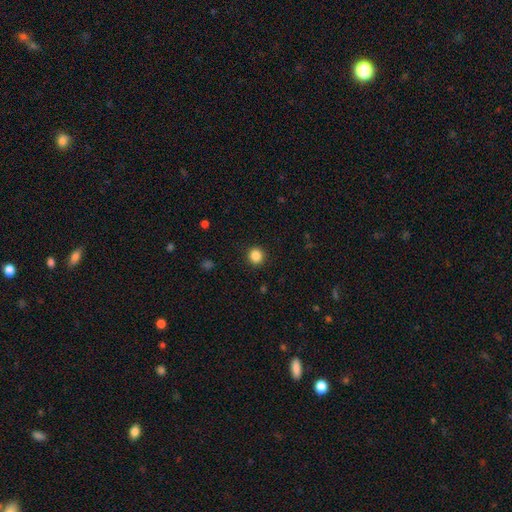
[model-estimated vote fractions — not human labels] A smooth galaxy with no disk features (86%) that is round (90%).

Vote fractions:
- Smooth or featured? smooth: 86% / star or artifact: 11% / featured or disk: 3%
- How rounded? round: 90% / in between: 9% / cigar-shaped: 1%
- Merging? none: 91% / minor disturbance: 6% / major disturbance: 2% / merger: 1%